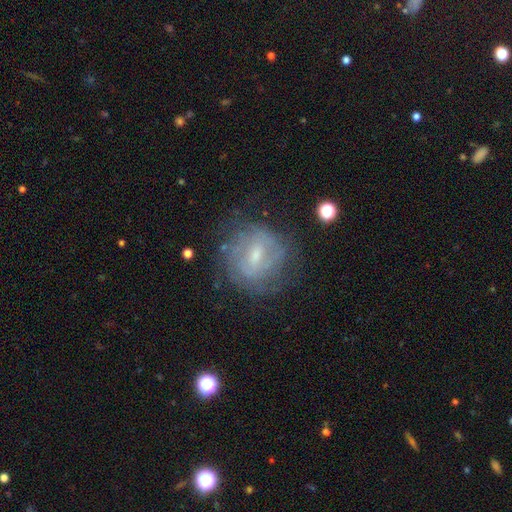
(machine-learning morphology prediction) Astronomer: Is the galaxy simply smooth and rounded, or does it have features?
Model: featured or disk — 69%.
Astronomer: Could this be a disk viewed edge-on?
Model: no — 96%.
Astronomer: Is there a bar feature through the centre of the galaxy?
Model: weak — 58%.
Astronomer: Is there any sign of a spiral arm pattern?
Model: yes — 73%.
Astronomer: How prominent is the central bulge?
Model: small — 49% (runner-up: moderate, 40%).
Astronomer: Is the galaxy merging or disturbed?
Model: none — 68%.